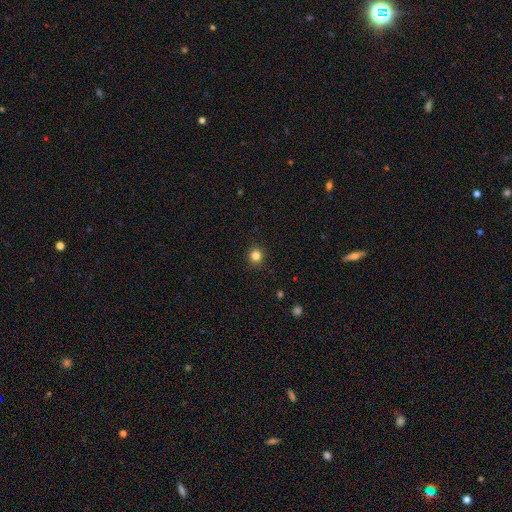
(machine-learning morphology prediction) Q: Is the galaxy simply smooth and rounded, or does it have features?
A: smooth — 83%.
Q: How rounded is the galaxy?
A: round — 93%.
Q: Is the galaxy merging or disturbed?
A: none — 92%.